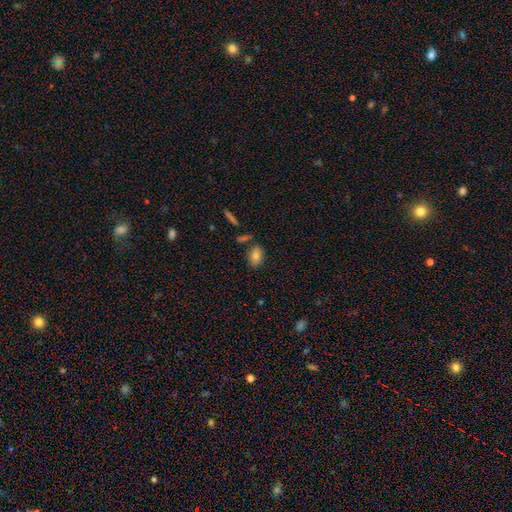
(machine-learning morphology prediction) Overall: smooth (76%). How rounded: in between (83%). Merging: none (75%).